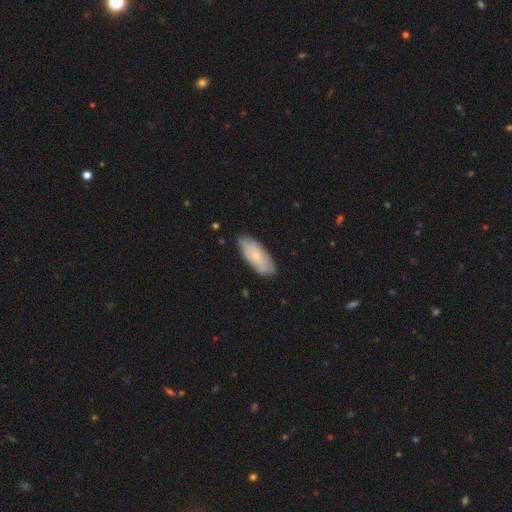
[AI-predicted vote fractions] Morphology: type=smooth (60%); roundness=in between (87%); merging=none (79%).